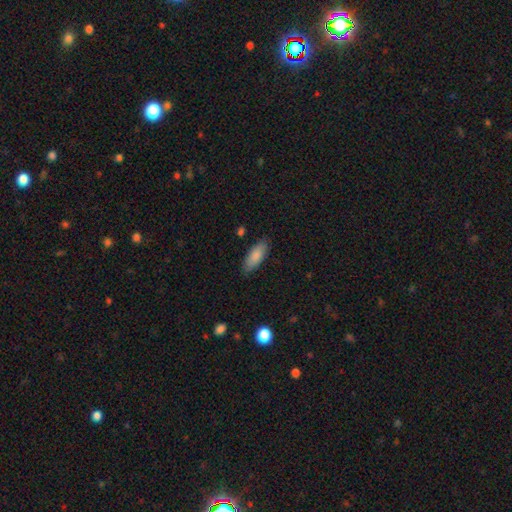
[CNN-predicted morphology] Overall: smooth (85%). How rounded: in between (74%). Merging: none (83%).